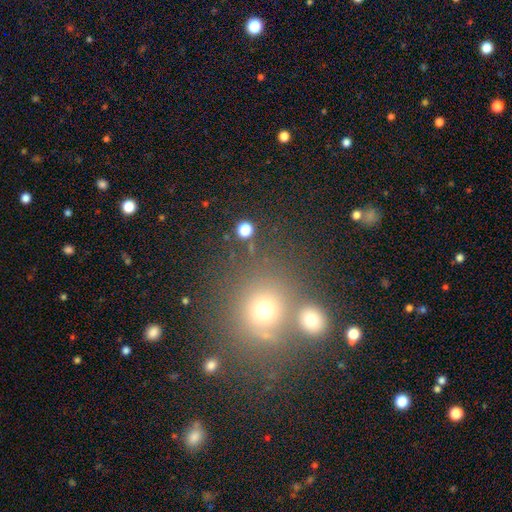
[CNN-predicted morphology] A smooth galaxy with no disk features (51%) that is round (81%). Merging: none (69%).